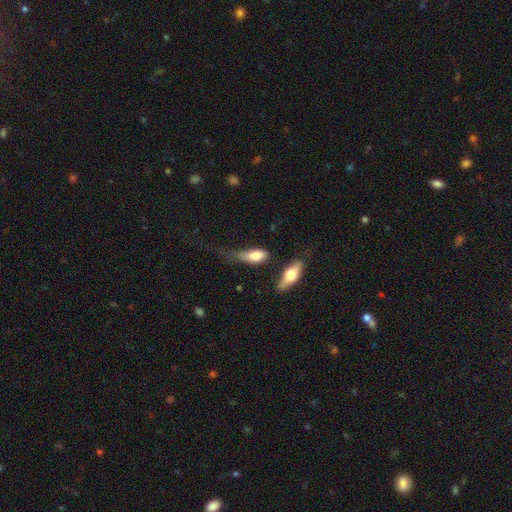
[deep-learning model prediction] smooth_or_featured: smooth (p=0.69) [alt: featured or disk p=0.23]
how_rounded: in between (p=0.73) [alt: cigar-shaped p=0.20]
merging: major disturbance (p=0.36) [alt: minor disturbance p=0.31]